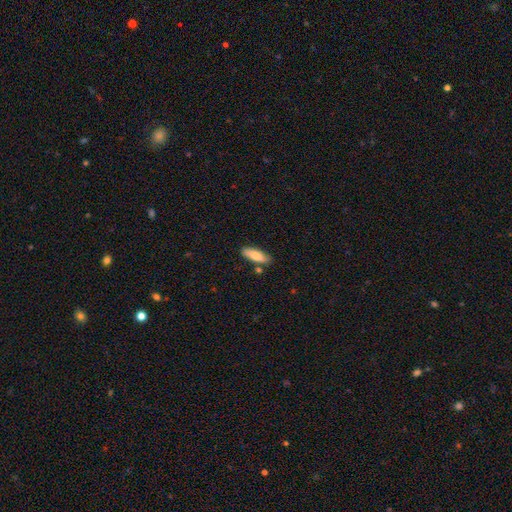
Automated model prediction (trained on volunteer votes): Smooth or featured? Predicted: smooth (p=0.80). How rounded? Predicted: in between (p=0.57). Merging? Predicted: none (p=0.78).